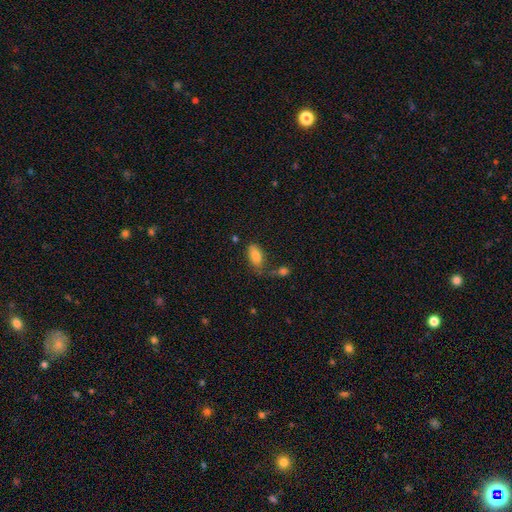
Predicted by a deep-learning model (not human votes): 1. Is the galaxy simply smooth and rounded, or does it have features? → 81% smooth, 10% featured or disk, 8% star or artifact.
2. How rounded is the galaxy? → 90% in between, 7% cigar-shaped, 3% round.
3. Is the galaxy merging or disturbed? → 48% none, 20% merger, 20% minor disturbance, 11% major disturbance.